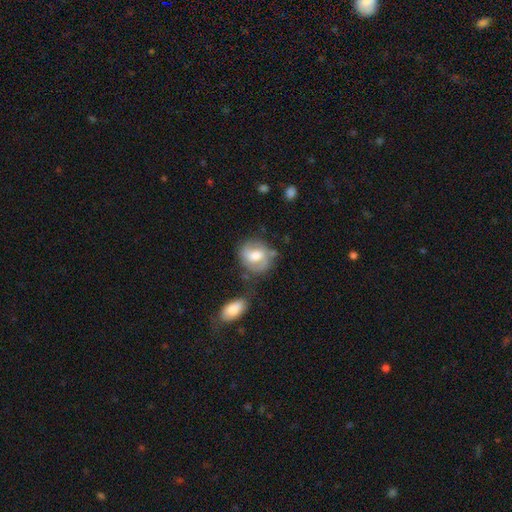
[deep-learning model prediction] Smooth or featured: featured or disk — 49% (smooth — 44%)
Merging: none — 59% (minor disturbance — 23%)